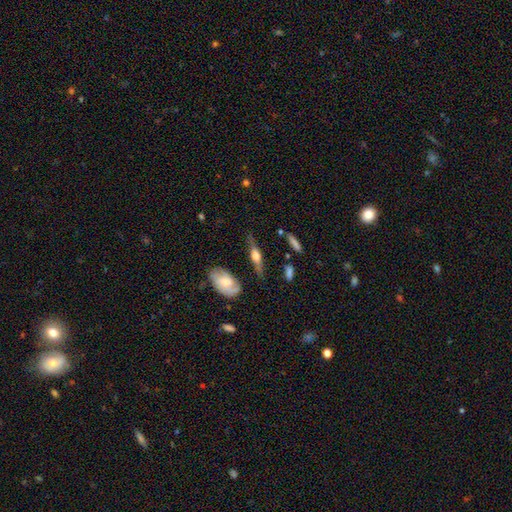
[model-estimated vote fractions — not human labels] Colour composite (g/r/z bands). It shows a featured or disk galaxy (64%) viewed edge-on (87%) with a rounded central bulge (86%). Merging: none (71%).